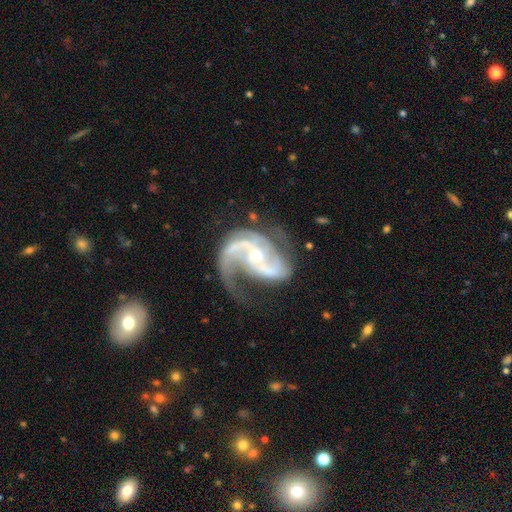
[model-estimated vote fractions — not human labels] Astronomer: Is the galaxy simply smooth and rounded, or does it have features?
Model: featured or disk — 91%.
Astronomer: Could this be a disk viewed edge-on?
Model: no — 98%.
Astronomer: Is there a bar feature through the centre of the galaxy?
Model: no — 41% (runner-up: weak, 36%).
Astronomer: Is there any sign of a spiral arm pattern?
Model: yes — 98%.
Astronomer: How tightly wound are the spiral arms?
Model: medium — 50% (runner-up: loose, 35%).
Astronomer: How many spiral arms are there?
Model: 2 — 74%.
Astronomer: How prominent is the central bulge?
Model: small — 51% (runner-up: moderate, 45%).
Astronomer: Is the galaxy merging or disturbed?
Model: none — 50% (runner-up: major disturbance, 25%).